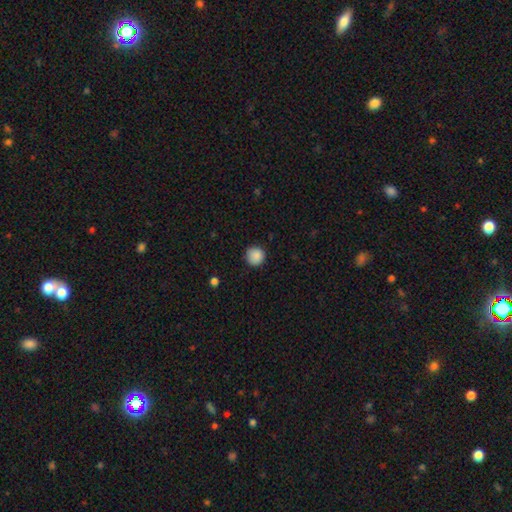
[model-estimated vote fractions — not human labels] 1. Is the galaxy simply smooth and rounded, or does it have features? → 88% smooth, 9% star or artifact, 3% featured or disk.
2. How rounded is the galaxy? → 95% round, 4% in between, 1% cigar-shaped.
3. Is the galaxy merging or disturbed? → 88% none, 9% minor disturbance, 2% major disturbance, 1% merger.